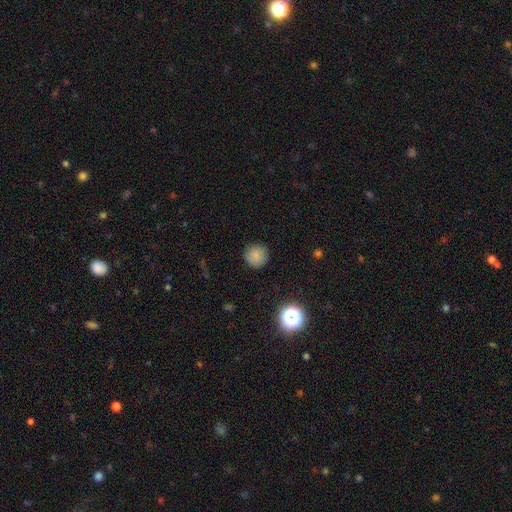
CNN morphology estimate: A smooth galaxy with no disk features (82%) that is round (94%).

Vote fractions:
- Smooth or featured? smooth: 82% / star or artifact: 13% / featured or disk: 5%
- How rounded? round: 94% / in between: 5% / cigar-shaped: 1%
- Merging? none: 88% / minor disturbance: 8% / major disturbance: 2% / merger: 1%